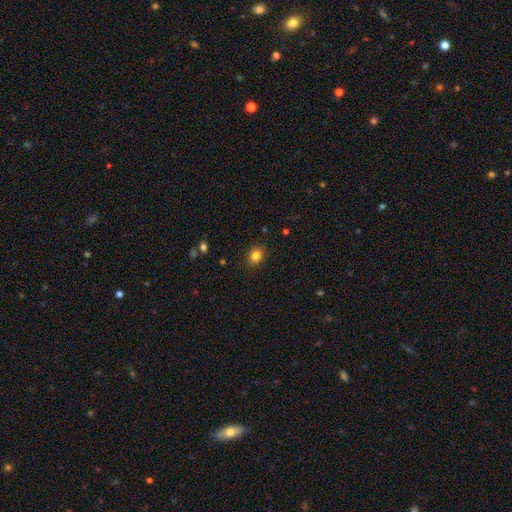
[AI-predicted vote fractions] smooth-or-featured: smooth: 83% | star or artifact: 12% | featured or disk: 6%
  how-rounded: round: 61% | in between: 38% | cigar-shaped: 1%
  merging: none: 88% | minor disturbance: 9% | major disturbance: 2% | merger: 1%